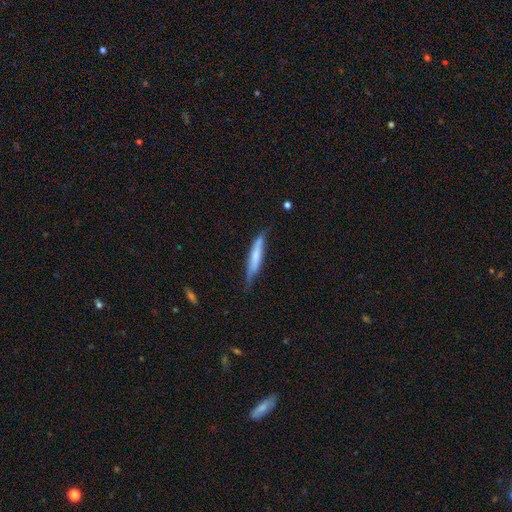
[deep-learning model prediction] Smooth or featured?
  - smooth: 62% *
  - featured or disk: 33%
  - star or artifact: 6%
How rounded?
  - cigar-shaped: 90% *
  - in between: 8%
  - round: 1%
Merging?
  - none: 64% *
  - minor disturbance: 29%
  - major disturbance: 5%
  - merger: 2%